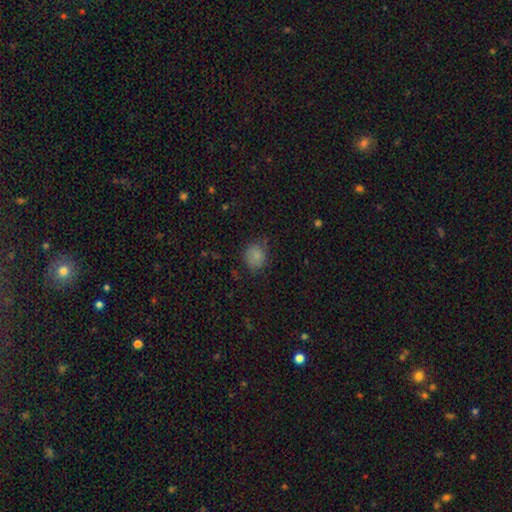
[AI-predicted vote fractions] This is clearly a smooth galaxy (81%). How rounded: likely round (72%). Merging: likely none (69%).